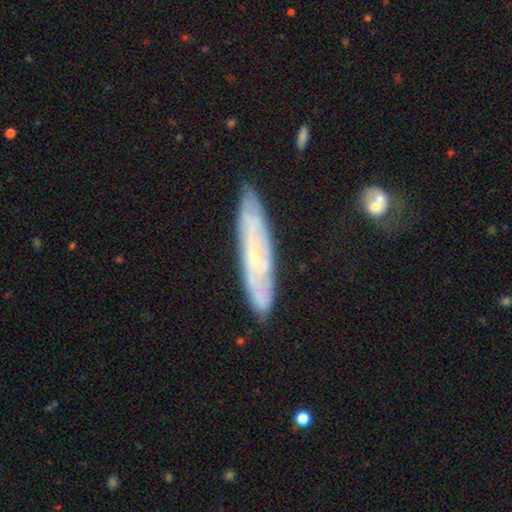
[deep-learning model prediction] This appears to be a featured or disk galaxy (62%). Merging: none (82%).